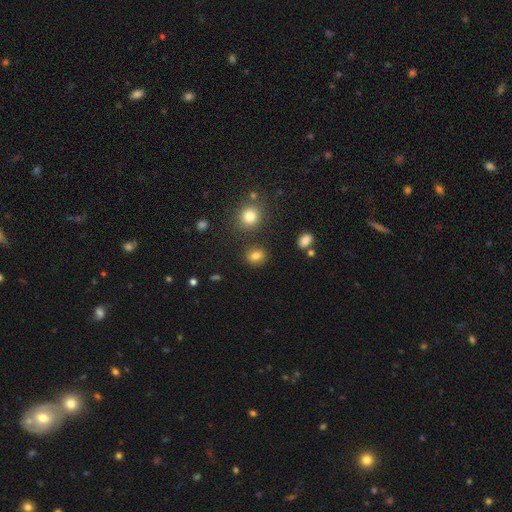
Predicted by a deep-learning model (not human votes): Smooth or featured?
  - smooth: 79% *
  - star or artifact: 14%
  - featured or disk: 7%
How rounded?
  - round: 71% *
  - in between: 28%
  - cigar-shaped: 1%
Merging?
  - none: 83% *
  - minor disturbance: 9%
  - merger: 5%
  - major disturbance: 3%